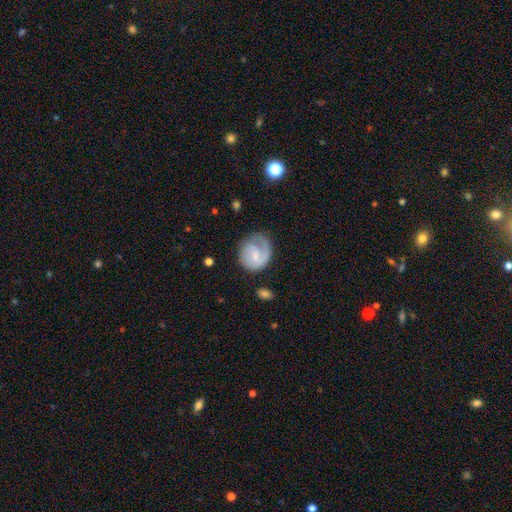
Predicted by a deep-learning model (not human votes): This appears to be a featured or disk galaxy (66%) with no bar (48%), 1 (52%) medium (41%) spiral arms (91%) and a small central bulge (62%). Merging: none (60%).